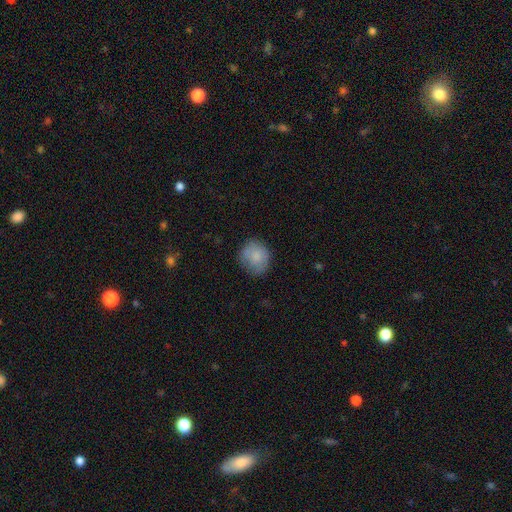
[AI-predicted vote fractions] This appears to be a smooth galaxy with no disk features (79%) that is round (78%). Merging: none (73%).